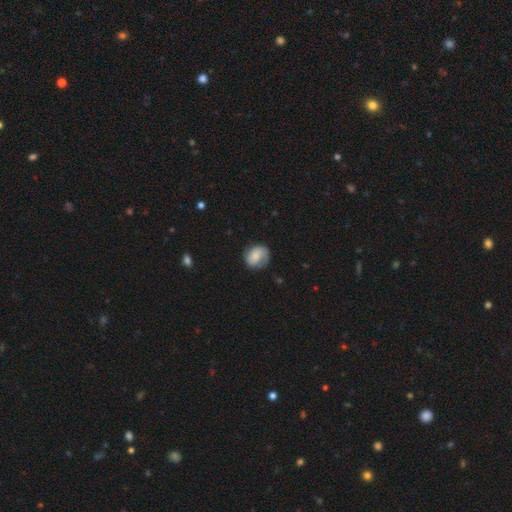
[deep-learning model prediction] smooth_or_featured: smooth (p=0.62) [alt: featured or disk p=0.30]
how_rounded: round (p=0.60) [alt: in between p=0.39]
merging: none (p=0.61) [alt: minor disturbance p=0.26]